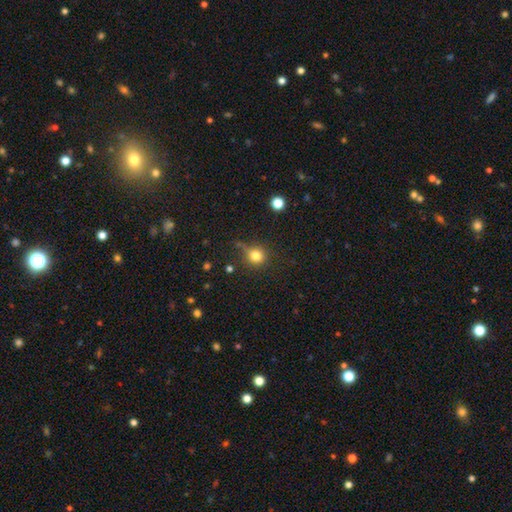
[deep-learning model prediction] Smooth or featured? Predicted: smooth (p=0.80). How rounded? Predicted: round (p=0.90). Merging? Predicted: none (p=0.71).